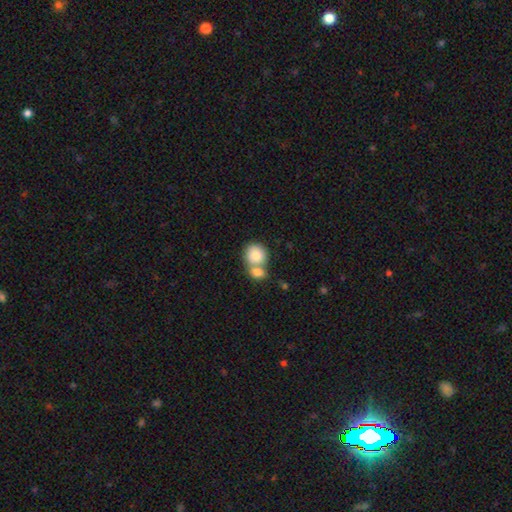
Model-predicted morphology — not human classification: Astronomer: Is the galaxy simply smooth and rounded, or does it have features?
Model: smooth — 83%.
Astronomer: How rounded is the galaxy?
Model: round — 76%.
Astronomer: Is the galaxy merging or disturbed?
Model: merger — 55% (runner-up: none, 34%).